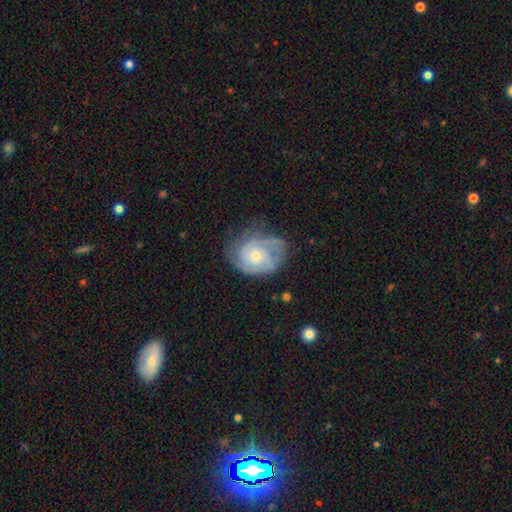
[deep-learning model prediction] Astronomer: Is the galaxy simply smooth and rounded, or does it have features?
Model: featured or disk — 81%.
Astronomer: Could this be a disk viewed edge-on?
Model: no — 98%.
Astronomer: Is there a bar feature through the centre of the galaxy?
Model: no — 77%.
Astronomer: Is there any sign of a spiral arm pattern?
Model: yes — 95%.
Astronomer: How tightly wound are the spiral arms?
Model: tight — 64%.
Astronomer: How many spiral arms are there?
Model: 3 — 29% (runner-up: 2, 26%).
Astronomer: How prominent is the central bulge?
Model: small — 68%.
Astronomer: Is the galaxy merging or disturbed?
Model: none — 66%.